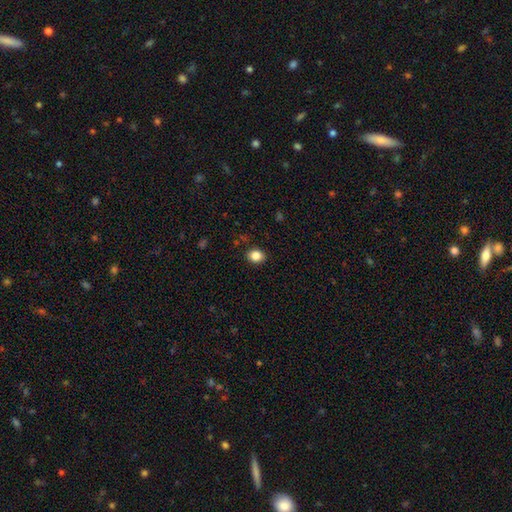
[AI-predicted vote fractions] This appears to be a smooth galaxy with no disk features (84%) that is round (53%). Merging: none (88%).